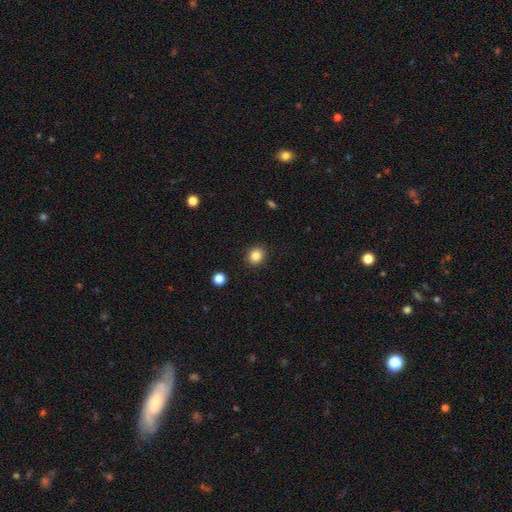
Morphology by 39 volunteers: smooth 85%, featured or disk 8%, star or artifact 8%. Down the decision tree: how rounded — round (73%); merging — none (83%).